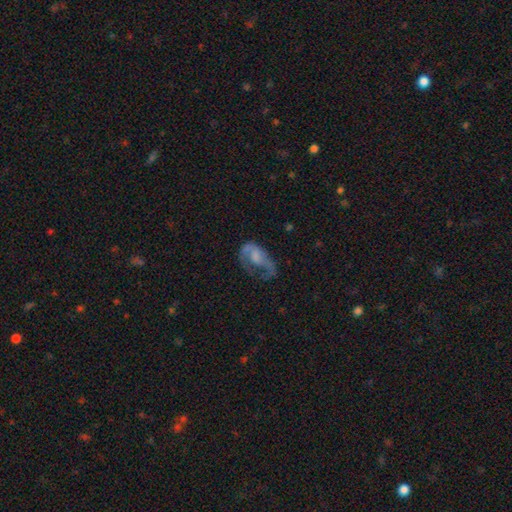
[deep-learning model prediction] A featured or disk galaxy (54%) with no bar (70%), spiral arms (52%) and no central bulge (35%). Merging: major disturbance (47%).